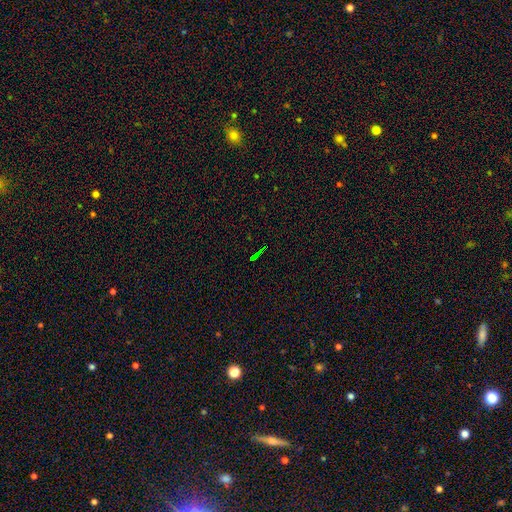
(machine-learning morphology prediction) type=star or artifact (66%).